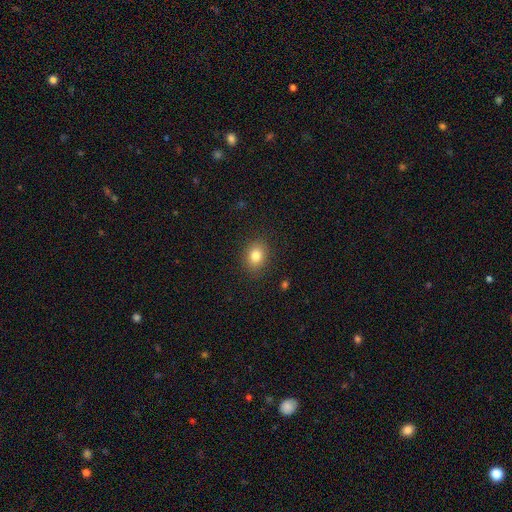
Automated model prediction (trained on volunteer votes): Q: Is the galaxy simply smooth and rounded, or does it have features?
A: smooth — 82%.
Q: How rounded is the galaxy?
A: in between — 54%.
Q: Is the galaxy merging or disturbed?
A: none — 87%.